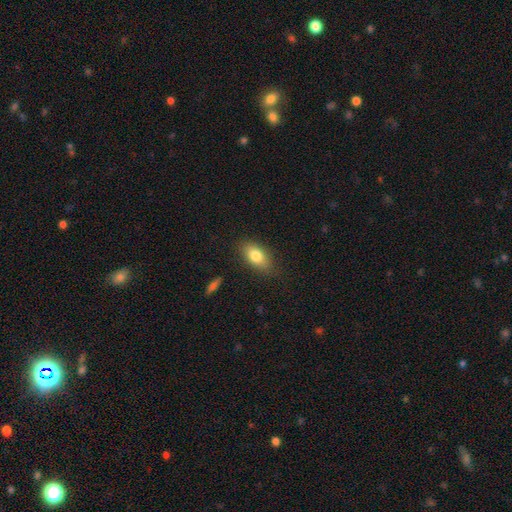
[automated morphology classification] smooth-or-featured: smooth: 80% | featured or disk: 12% | star or artifact: 8%
  how-rounded: in between: 88% | round: 7% | cigar-shaped: 5%
  merging: none: 82% | minor disturbance: 14% | major disturbance: 3% | merger: 1%